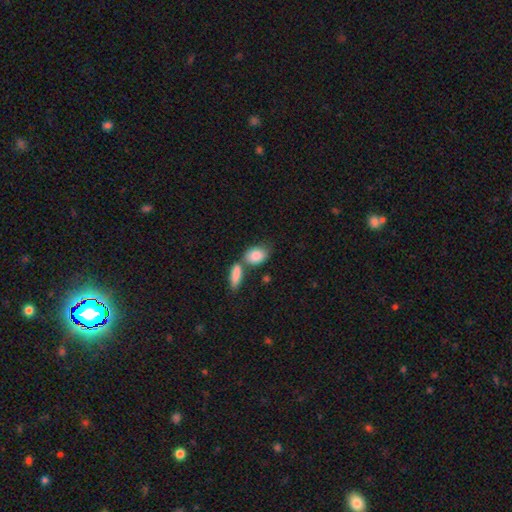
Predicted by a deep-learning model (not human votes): Overall: smooth (85%). How rounded: in between (82%). Merging: none (46%; merger 35%).